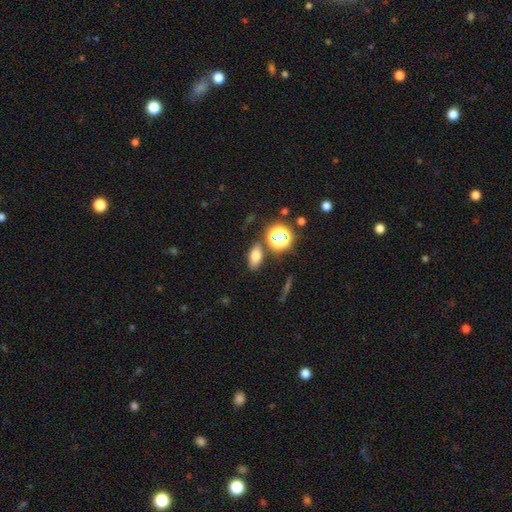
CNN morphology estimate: A smooth galaxy with no disk features (70%) that is in between round and cigar-shaped (79%). Merging: none (81%).